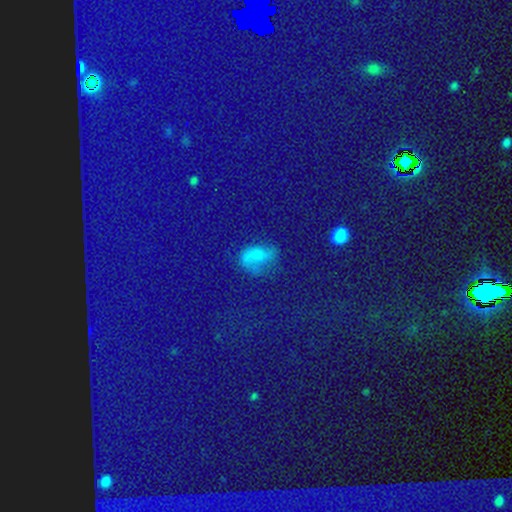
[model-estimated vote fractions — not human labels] The model was most divided on "smooth or featured": smooth: 37%, star or artifact: 36%, featured or disk: 26%. More confident: merging — none (56%).